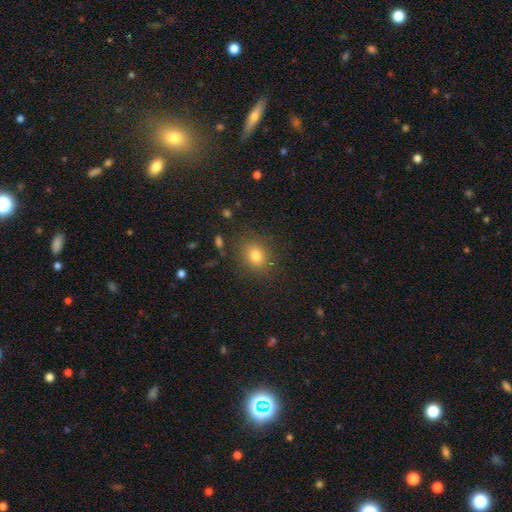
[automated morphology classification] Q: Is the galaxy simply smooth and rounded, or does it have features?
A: smooth — 80%.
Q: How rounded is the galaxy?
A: round — 57%.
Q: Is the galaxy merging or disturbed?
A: none — 85%.